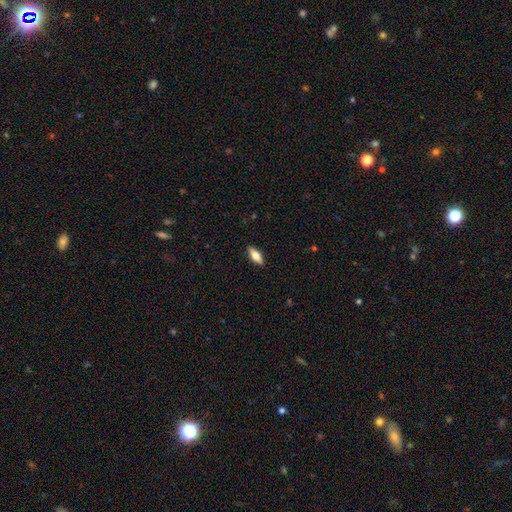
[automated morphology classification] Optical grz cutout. It shows a smooth galaxy with no disk features (61%) that is in between round and cigar-shaped (67%). Merging: none (89%).